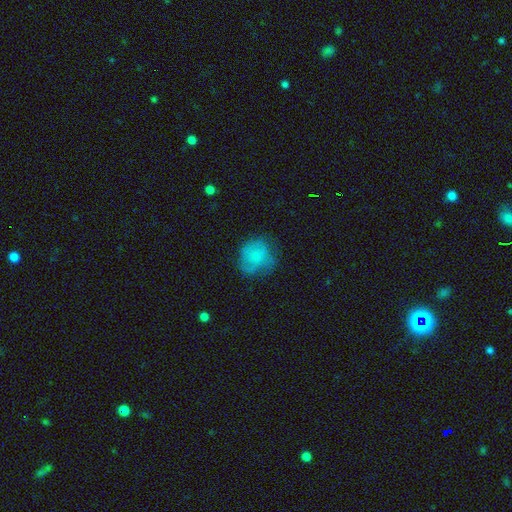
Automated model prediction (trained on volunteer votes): Smooth or featured?
  - smooth: 69% *
  - featured or disk: 22%
  - star or artifact: 9%
How rounded?
  - round: 78% *
  - in between: 21%
  - cigar-shaped: 1%
Merging?
  - none: 57% *
  - minor disturbance: 27%
  - major disturbance: 14%
  - merger: 2%